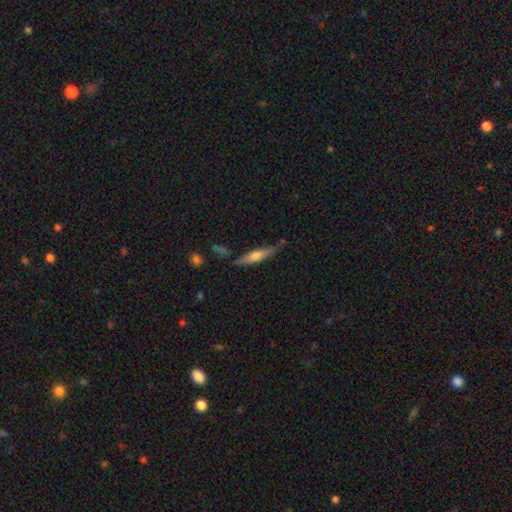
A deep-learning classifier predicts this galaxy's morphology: Overall: smooth (47%; featured or disk 46%). Merging: none (77%).